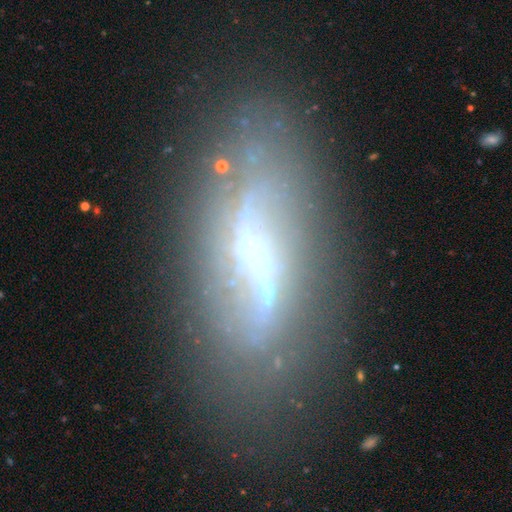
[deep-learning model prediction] Smooth or featured?
  - featured or disk: 68% *
  - smooth: 21%
  - star or artifact: 11%
Edge-on disk?
  - no: 78% *
  - yes: 22%
Bar?
  - no: 35% *
  - weak: 34%
  - strong: 31%
Spiral arms?
  - yes: 55% *
  - no: 45%
Bulge size?
  - small: 35% *
  - none: 28%
  - moderate: 26%
  - large: 8%
  - dominant: 3%
Merging?
  - none: 60% *
  - minor disturbance: 20%
  - major disturbance: 14%
  - merger: 5%